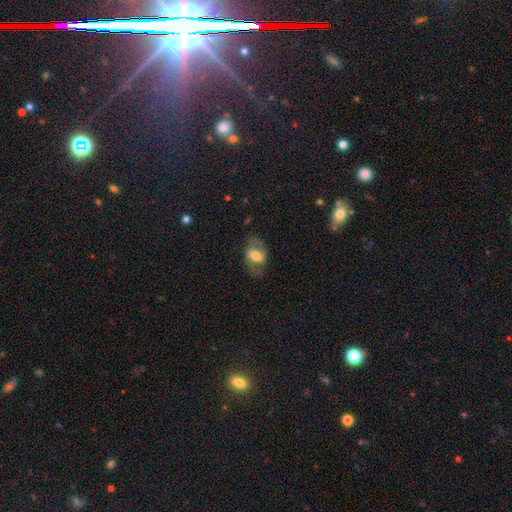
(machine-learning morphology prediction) This is possibly a featured or disk galaxy (59%). It is clearly not viewed edge-on (94%). Bar: marginally weak (41%). Spiral arm pattern: likely yes (77%). Central bulge: possibly moderate (57%). Merging: likely none (72%).